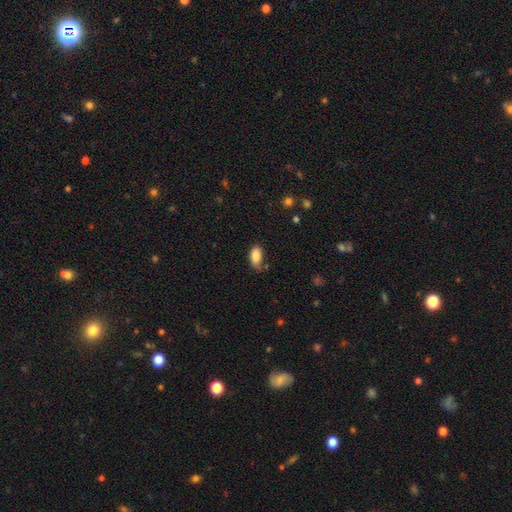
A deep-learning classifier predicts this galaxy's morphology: A smooth galaxy with no disk features (86%) that is in between round and cigar-shaped (92%).

Vote fractions:
- Smooth or featured? smooth: 86% / star or artifact: 8% / featured or disk: 7%
- How rounded? in between: 92% / round: 5% / cigar-shaped: 4%
- Merging? none: 61% / minor disturbance: 27% / major disturbance: 7% / merger: 4%